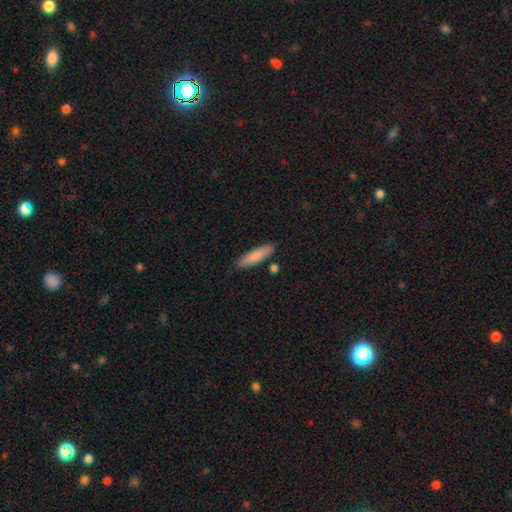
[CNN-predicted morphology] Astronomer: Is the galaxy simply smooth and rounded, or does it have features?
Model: smooth — 82%.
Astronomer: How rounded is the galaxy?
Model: cigar-shaped — 74%.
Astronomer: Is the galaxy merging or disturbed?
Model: none — 83%.